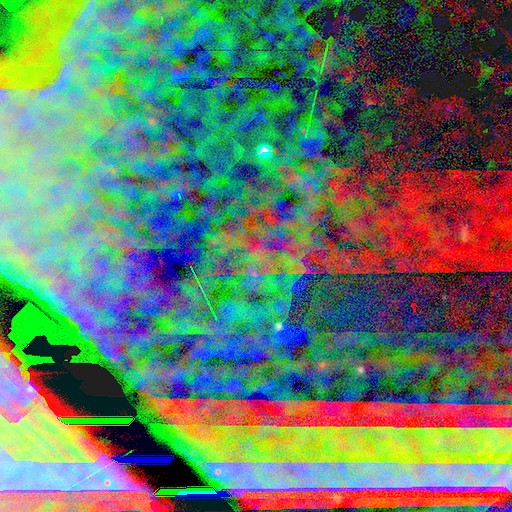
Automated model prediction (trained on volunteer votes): smooth-or-featured: star or artifact: 86% | featured or disk: 7% | smooth: 6%